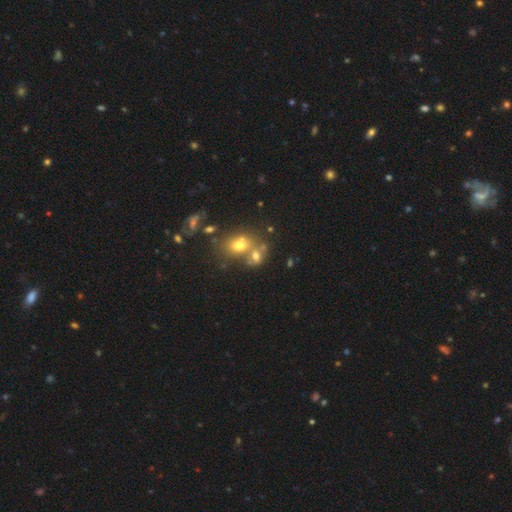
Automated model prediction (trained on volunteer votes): Smooth or featured? smooth (61%)
How rounded? in between (52%)
Merging? merger (54%)